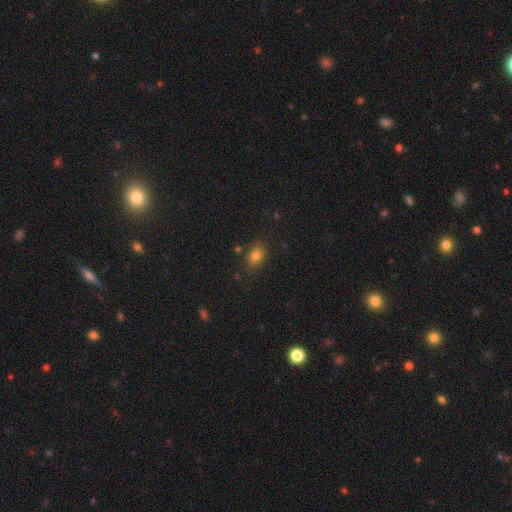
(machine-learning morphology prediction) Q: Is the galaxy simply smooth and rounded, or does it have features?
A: smooth — 79%.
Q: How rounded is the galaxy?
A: in between — 70%.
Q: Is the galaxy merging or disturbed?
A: none — 77%.